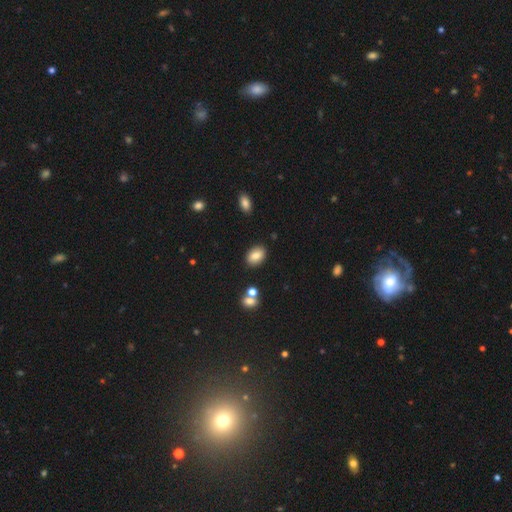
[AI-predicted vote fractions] The model was most divided on "how rounded": in between: 82%, round: 17%, cigar-shaped: 1%. More confident: merging — none (85%); smooth or featured — smooth (82%).